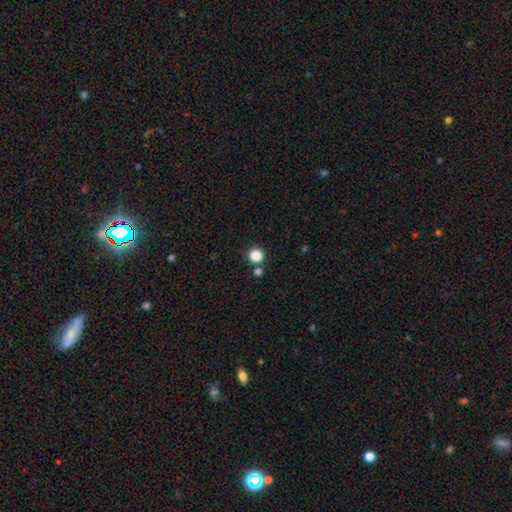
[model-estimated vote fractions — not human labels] A smooth galaxy with no disk features (85%) that is round (93%). Merging: none (77%).